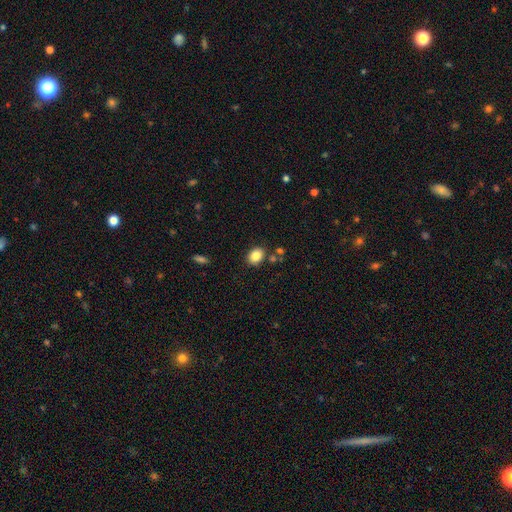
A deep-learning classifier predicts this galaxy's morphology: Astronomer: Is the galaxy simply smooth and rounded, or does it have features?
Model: smooth — 86%.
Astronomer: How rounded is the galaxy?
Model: in between — 64%.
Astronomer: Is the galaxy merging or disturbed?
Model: none — 82%.